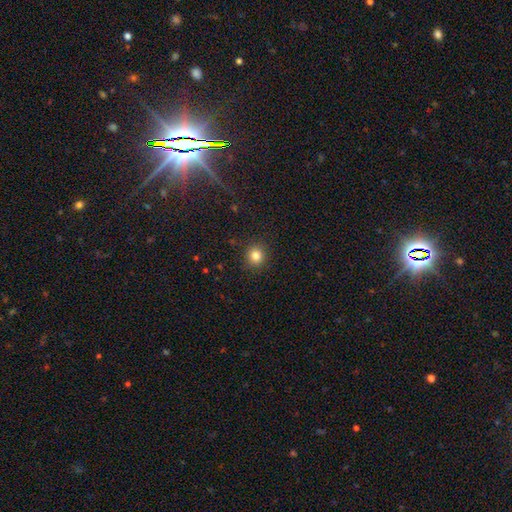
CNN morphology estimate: smooth_or_featured: smooth (p=0.82) [alt: star or artifact p=0.12]
how_rounded: round (p=0.89) [alt: in between p=0.10]
merging: none (p=0.91) [alt: minor disturbance p=0.06]